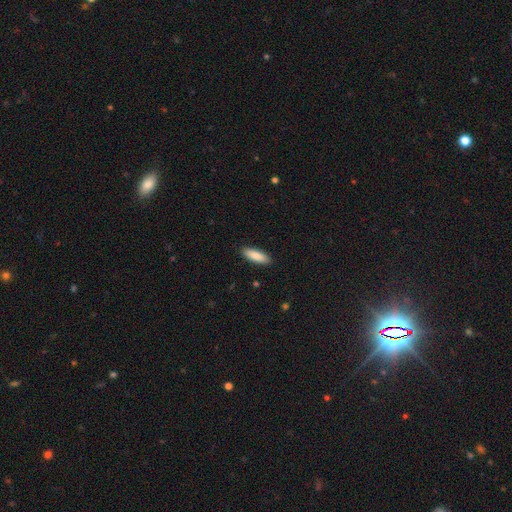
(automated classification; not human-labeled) Smooth or featured?
  - smooth: 88% *
  - featured or disk: 6%
  - star or artifact: 6%
How rounded?
  - in between: 54% *
  - cigar-shaped: 45%
  - round: 2%
Merging?
  - none: 90% *
  - minor disturbance: 8%
  - major disturbance: 2%
  - merger: 1%